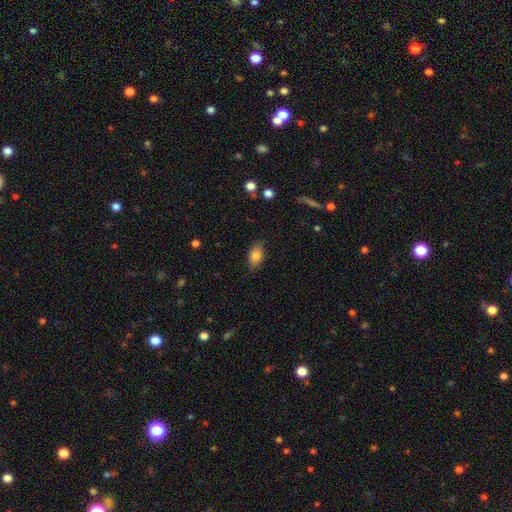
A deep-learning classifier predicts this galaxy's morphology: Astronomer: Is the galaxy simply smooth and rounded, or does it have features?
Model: smooth — 82%.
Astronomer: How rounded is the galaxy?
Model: in between — 89%.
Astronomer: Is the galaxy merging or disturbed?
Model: none — 82%.